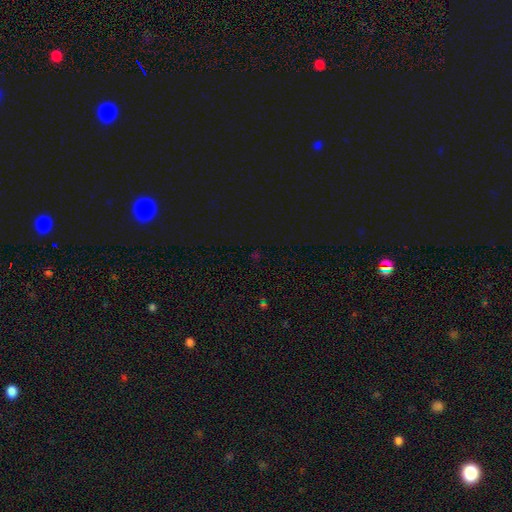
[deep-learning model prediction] Smooth or featured?
  - star or artifact: 69% *
  - smooth: 24%
  - featured or disk: 7%